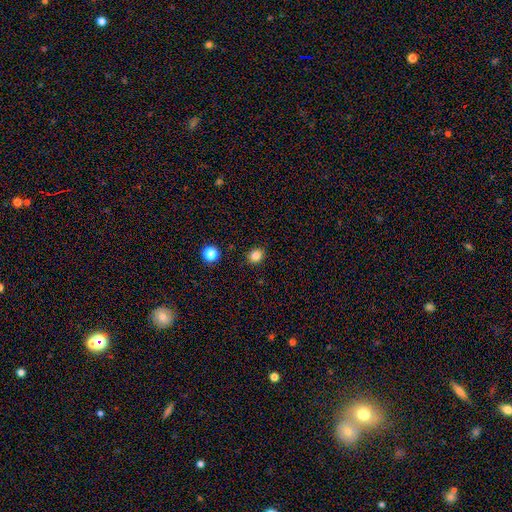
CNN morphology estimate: Smooth or featured? smooth (84%)
How rounded? round (72%)
Merging? none (89%)